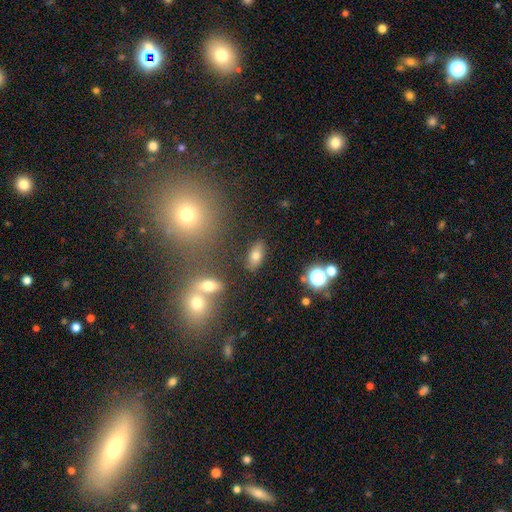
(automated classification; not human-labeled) The model was most divided on "smooth or featured": smooth: 73%, featured or disk: 15%, star or artifact: 12%. More confident: how rounded — in between (89%); merging — none (84%).